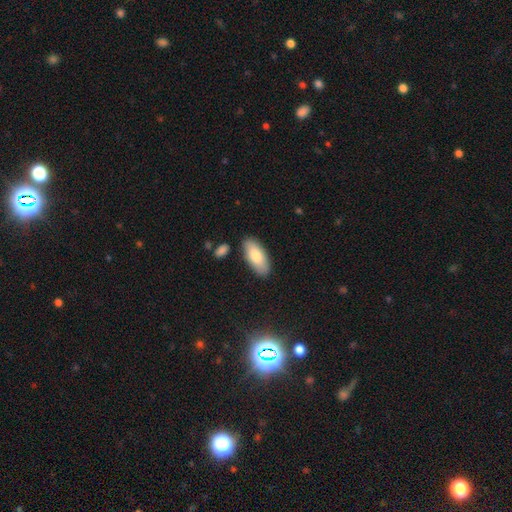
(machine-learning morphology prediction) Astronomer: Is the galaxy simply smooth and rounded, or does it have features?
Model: smooth — 79%.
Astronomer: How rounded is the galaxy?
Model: in between — 87%.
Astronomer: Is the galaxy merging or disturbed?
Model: none — 84%.